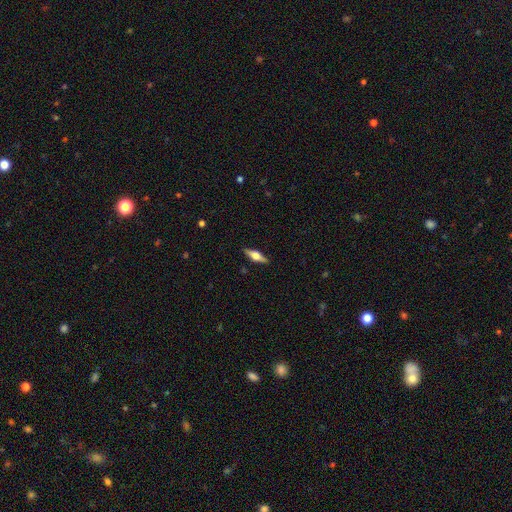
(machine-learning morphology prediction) smooth_or_featured: featured or disk (p=0.61) [alt: smooth p=0.33]
disk_edge_on: yes (p=0.95) [alt: no p=0.05]
edge_on_bulge: rounded (p=0.93) [alt: boxy p=0.06]
merging: none (p=0.89) [alt: minor disturbance p=0.08]